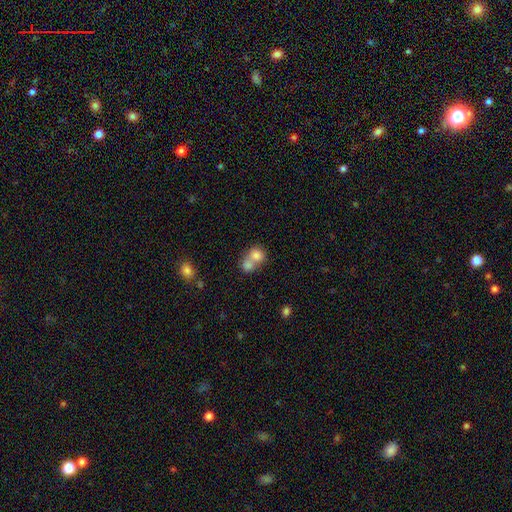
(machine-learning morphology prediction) smooth-or-featured: smooth: 77% | featured or disk: 13% | star or artifact: 10%
  how-rounded: round: 71% | in between: 28% | cigar-shaped: 1%
  merging: merger: 68% | none: 25% | minor disturbance: 5% | major disturbance: 3%